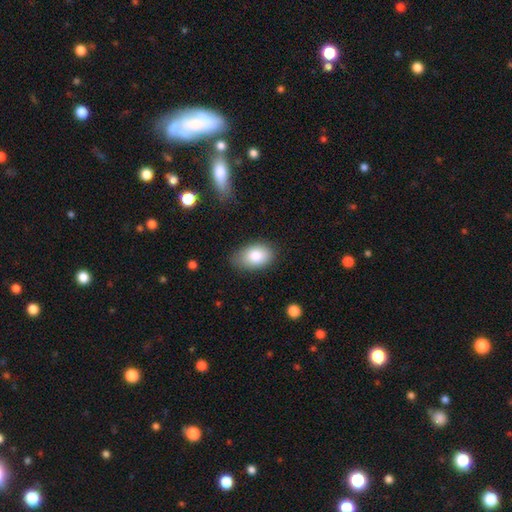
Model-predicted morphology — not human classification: Q: Smooth or featured?
A: smooth (84%); runner-up: featured or disk (9%)
Q: How rounded?
A: in between (90%); runner-up: round (9%)
Q: Merging?
A: none (77%); runner-up: minor disturbance (18%)